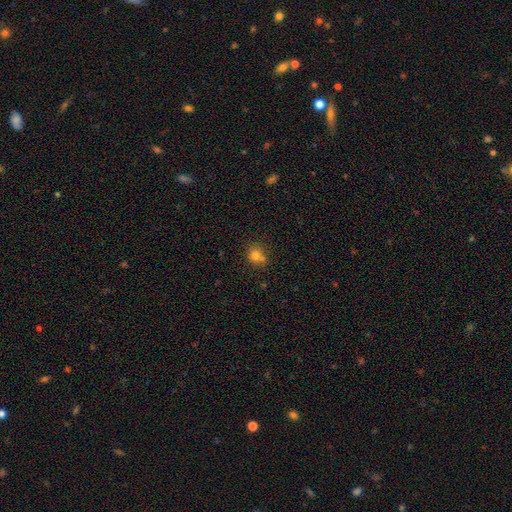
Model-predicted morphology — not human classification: This appears to be a smooth galaxy with no disk features (76%) that is round (77%). Merging: none (55%).